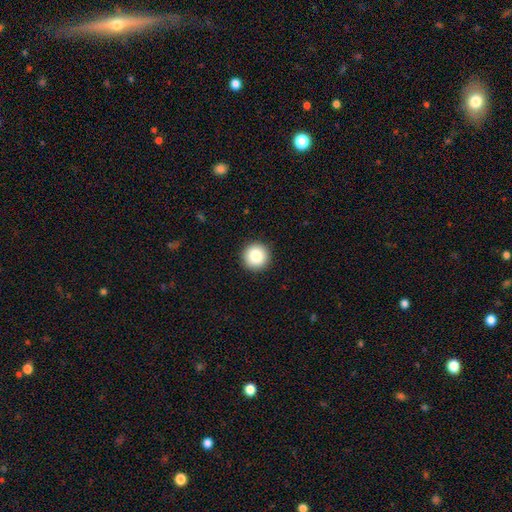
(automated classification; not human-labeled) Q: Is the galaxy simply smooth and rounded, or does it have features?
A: smooth — 85%.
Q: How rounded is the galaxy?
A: round — 96%.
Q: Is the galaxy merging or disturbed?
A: none — 93%.